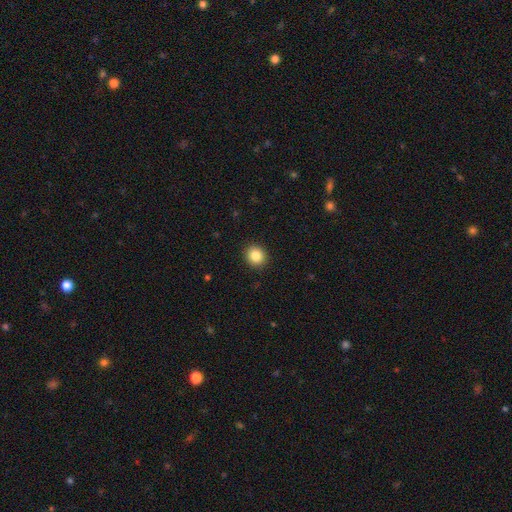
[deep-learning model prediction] smooth-or-featured: smooth: 85% | star or artifact: 10% | featured or disk: 5%
  how-rounded: round: 85% | in between: 14% | cigar-shaped: 1%
  merging: none: 92% | minor disturbance: 5% | major disturbance: 2% | merger: 1%